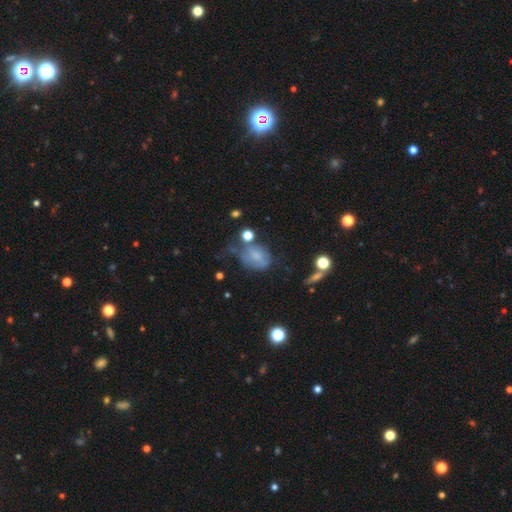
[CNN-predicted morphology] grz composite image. It shows a smooth galaxy with no disk features (55%) that is in between round and cigar-shaped (65%). Merging: none (32%).